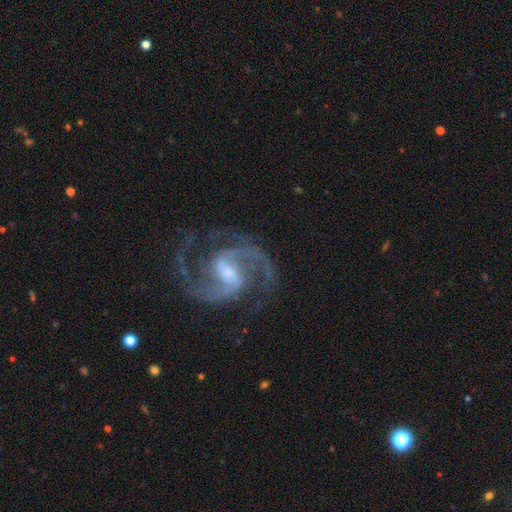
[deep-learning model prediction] smooth_or_featured: featured or disk (p=0.93) [alt: star or artifact p=0.05]
disk_edge_on: no (p=0.98) [alt: yes p=0.02]
bar: weak (p=0.50) [alt: strong p=0.36]
has_spiral_arms: yes (p=0.99) [alt: no p=0.01]
spiral_winding: medium (p=0.67) [alt: tight p=0.19]
spiral_arm_count: 2 (p=0.93) [alt: 3 p=0.02]
bulge_size: small (p=0.47) [alt: moderate p=0.38]
merging: none (p=0.79) [alt: minor disturbance p=0.13]